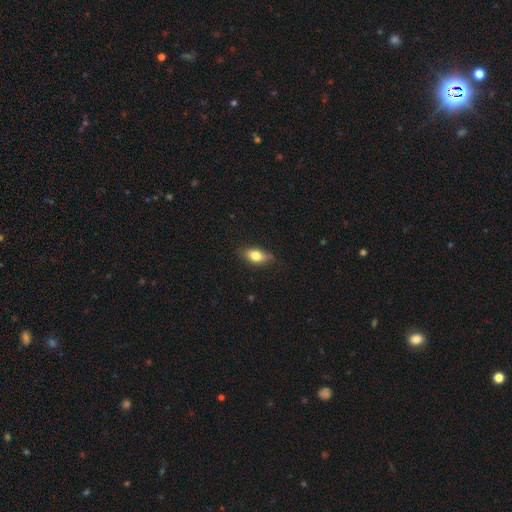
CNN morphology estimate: smooth 77%, featured or disk 15%, star or artifact 8%. Down the decision tree: how rounded — in between (84%); merging — none (75%).